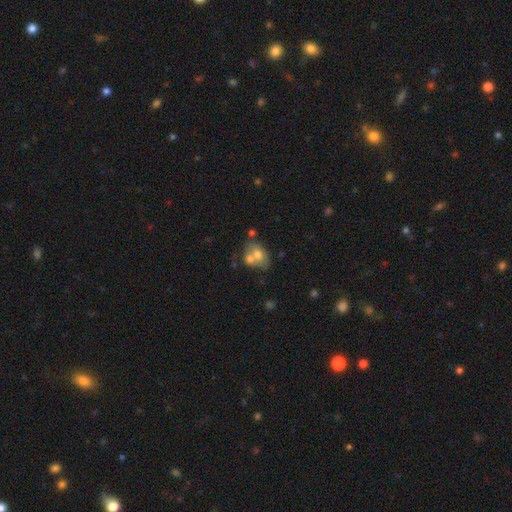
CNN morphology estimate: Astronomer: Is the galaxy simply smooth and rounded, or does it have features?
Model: smooth — 63%.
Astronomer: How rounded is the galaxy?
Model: in between — 70%.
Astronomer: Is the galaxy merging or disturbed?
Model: merger — 51% (runner-up: none, 32%).